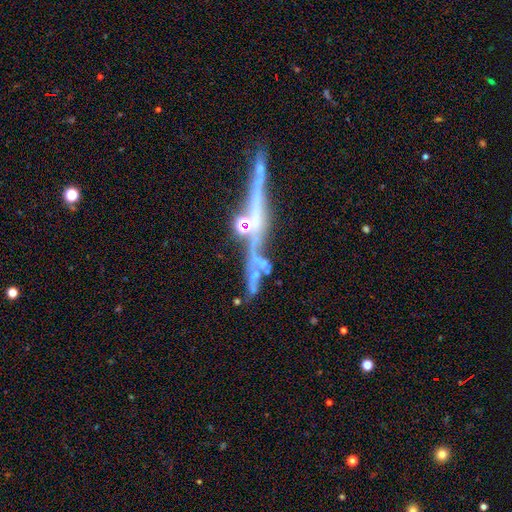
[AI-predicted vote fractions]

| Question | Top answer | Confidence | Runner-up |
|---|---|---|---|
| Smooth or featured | featured or disk | 73% | star or artifact (14%) |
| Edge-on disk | yes | 90% | no (10%) |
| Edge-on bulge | rounded | 57% | none (32%) |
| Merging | none | 62% | merger (16%) |